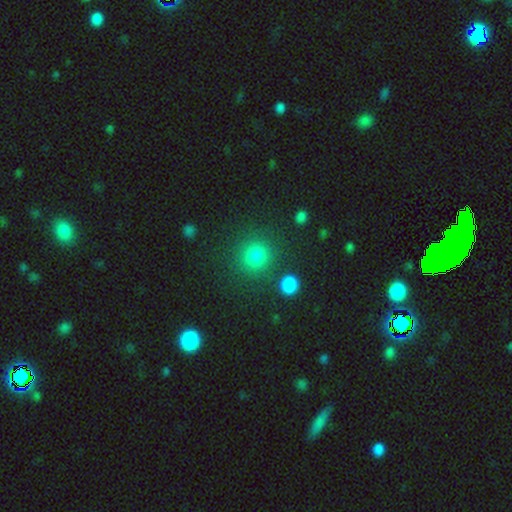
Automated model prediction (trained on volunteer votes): A smooth galaxy with no disk features (79%) that is round (87%).

Vote fractions:
- Smooth or featured? smooth: 79% / star or artifact: 15% / featured or disk: 6%
- How rounded? round: 87% / in between: 12% / cigar-shaped: 1%
- Merging? none: 82% / minor disturbance: 8% / merger: 6% / major disturbance: 4%